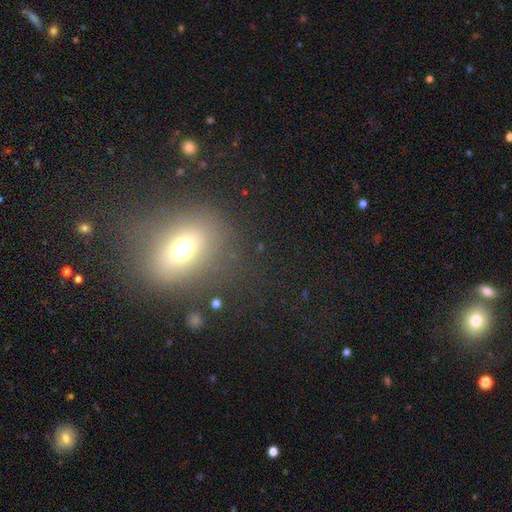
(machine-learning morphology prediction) A smooth galaxy with no disk features (54%) that is in between round and cigar-shaped (55%). Merging: none (75%).